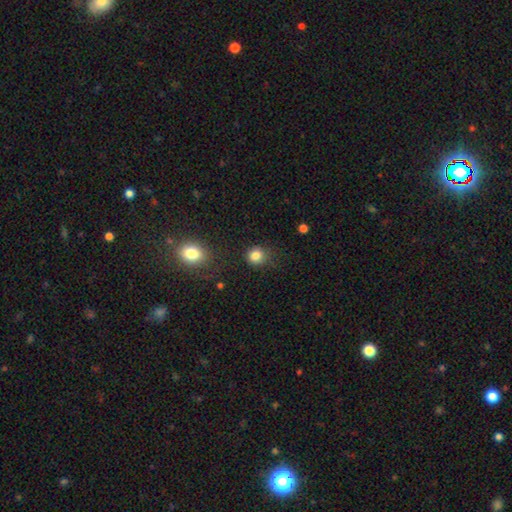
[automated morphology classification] smooth_or_featured: smooth (p=0.83) [alt: star or artifact p=0.12]
how_rounded: round (p=0.85) [alt: in between p=0.14]
merging: none (p=0.79) [alt: minor disturbance p=0.13]